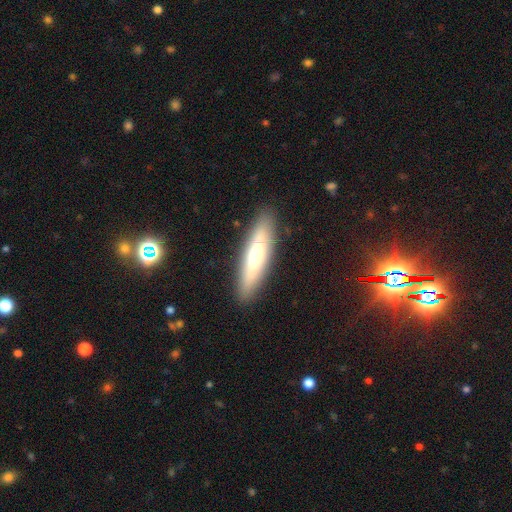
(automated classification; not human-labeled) smooth 54%, featured or disk 39%, star or artifact 7%. Down the decision tree: how rounded — cigar-shaped (73%); merging — none (89%).